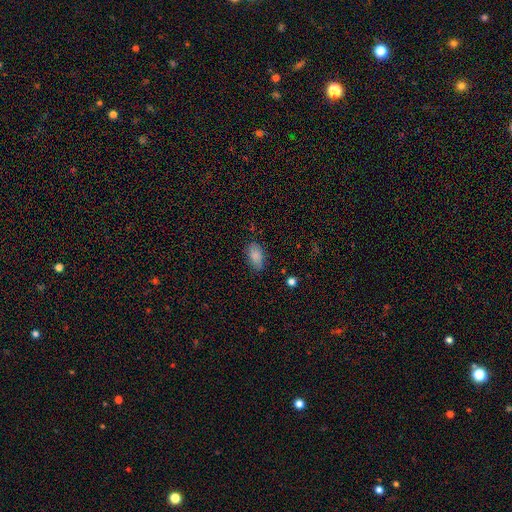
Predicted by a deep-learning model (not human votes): smooth_or_featured: smooth (p=0.86) [alt: star or artifact p=0.08]
how_rounded: in between (p=0.92) [alt: round p=0.05]
merging: none (p=0.80) [alt: minor disturbance p=0.15]